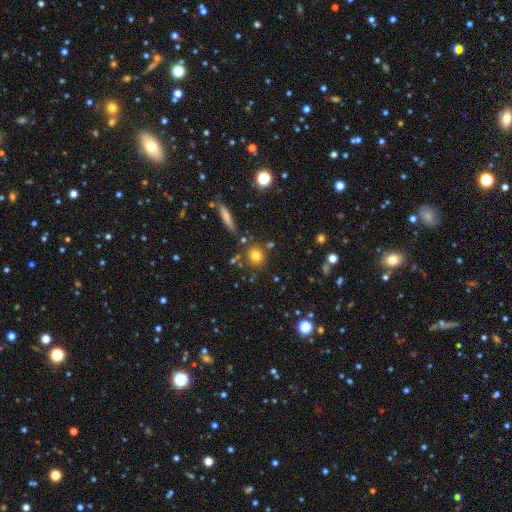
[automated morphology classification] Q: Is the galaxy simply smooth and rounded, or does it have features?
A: smooth — 78%.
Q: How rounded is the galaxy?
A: round — 76%.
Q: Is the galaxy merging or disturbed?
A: none — 77%.